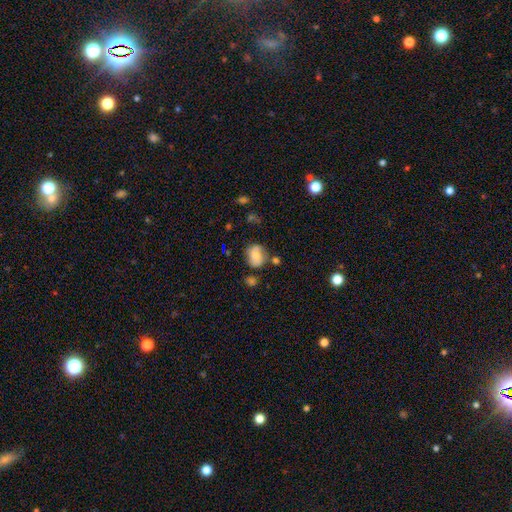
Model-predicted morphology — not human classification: Q: Smooth or featured?
A: smooth (65%); runner-up: featured or disk (26%)
Q: How rounded?
A: in between (51%); runner-up: round (48%)
Q: Merging?
A: none (58%); runner-up: minor disturbance (25%)